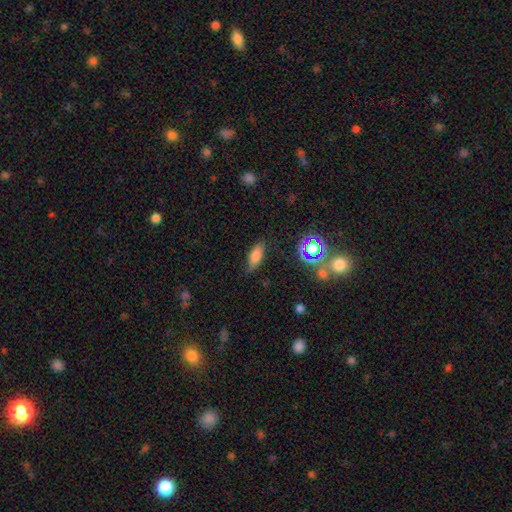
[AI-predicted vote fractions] Smooth or featured? smooth (73%)
How rounded? in between (76%)
Merging? none (75%)